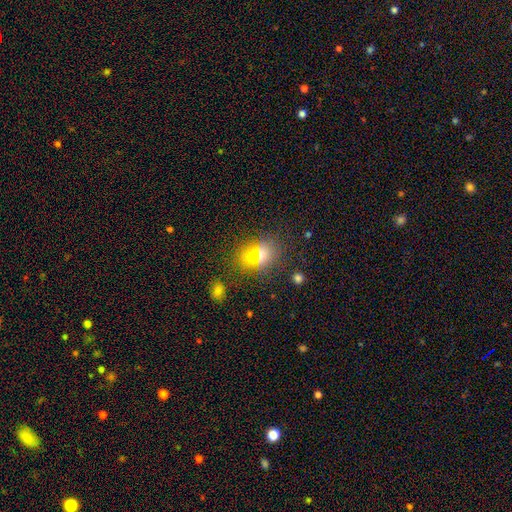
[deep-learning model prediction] smooth-or-featured: smooth: 64% | star or artifact: 24% | featured or disk: 12%
  how-rounded: round: 54% | in between: 43% | cigar-shaped: 3%
  merging: none: 79% | minor disturbance: 10% | merger: 6% | major disturbance: 4%